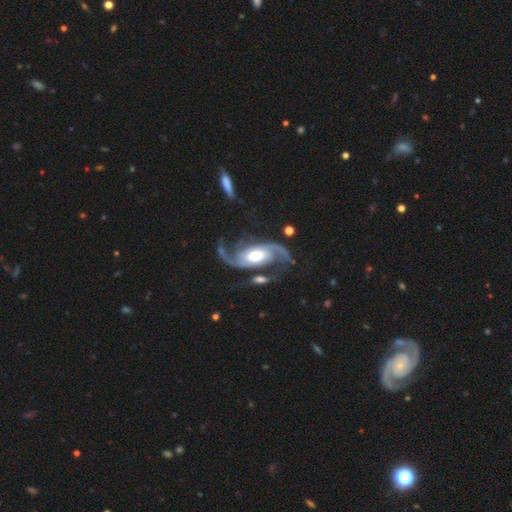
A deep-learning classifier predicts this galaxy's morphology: smooth_or_featured: featured or disk (p=0.92) [alt: smooth p=0.04]
disk_edge_on: no (p=0.97) [alt: yes p=0.03]
bar: no (p=0.49) [alt: weak p=0.32]
has_spiral_arms: yes (p=0.98) [alt: no p=0.02]
spiral_winding: loose (p=0.52) [alt: medium p=0.39]
spiral_arm_count: 2 (p=0.93) [alt: can't tell p=0.02]
bulge_size: moderate (p=0.57) [alt: large p=0.23]
merging: none (p=0.61) [alt: minor disturbance p=0.16]